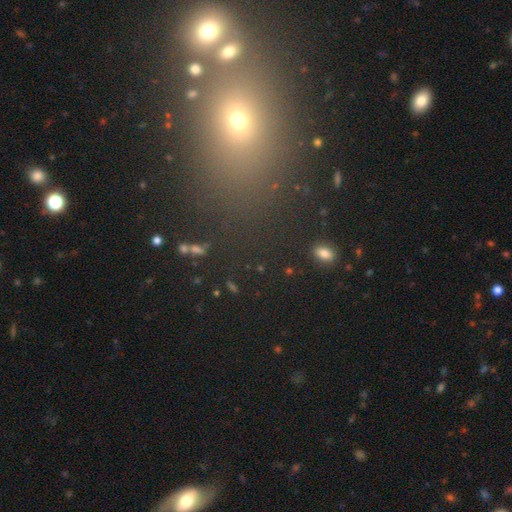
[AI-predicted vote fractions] Smooth or featured: star or artifact — 45% (smooth — 43%)